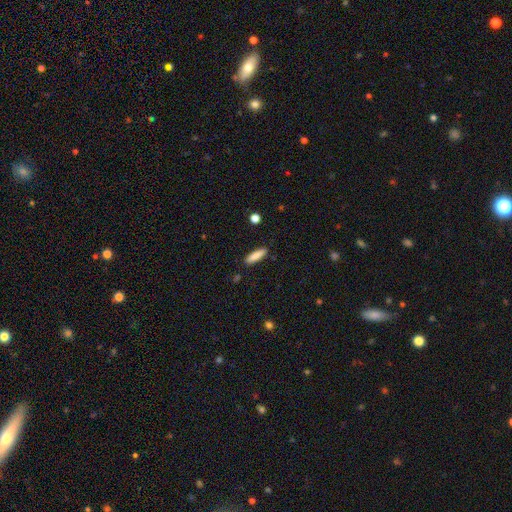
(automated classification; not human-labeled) Q: Smooth or featured?
A: smooth (86%); runner-up: featured or disk (8%)
Q: How rounded?
A: cigar-shaped (64%); runner-up: in between (35%)
Q: Merging?
A: none (88%); runner-up: minor disturbance (8%)